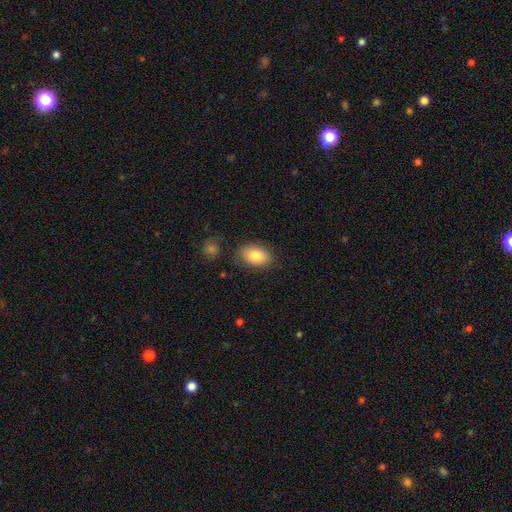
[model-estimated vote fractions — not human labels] Morphology: type=smooth (82%); roundness=in between (88%); merging=none (82%).